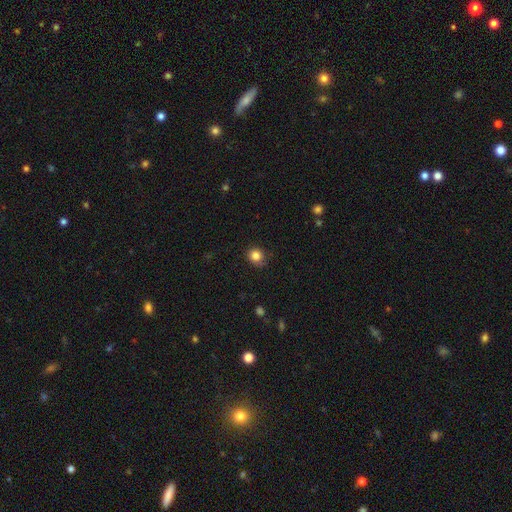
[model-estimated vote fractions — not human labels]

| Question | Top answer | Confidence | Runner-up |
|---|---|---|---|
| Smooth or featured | smooth | 84% | star or artifact (11%) |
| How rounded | round | 86% | in between (13%) |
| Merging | none | 81% | minor disturbance (15%) |